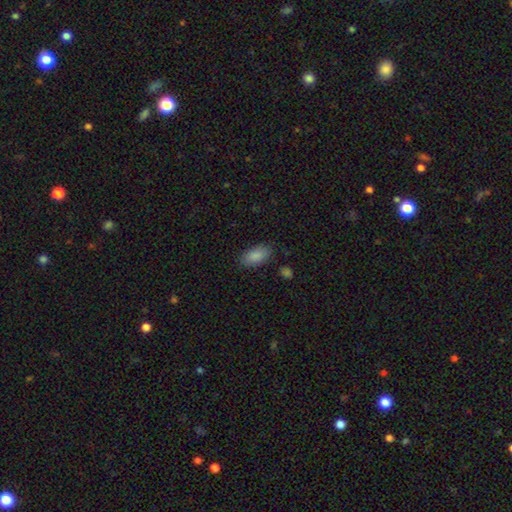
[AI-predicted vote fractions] This is clearly a smooth galaxy (88%). How rounded: clearly in between (93%). Merging: clearly none (85%).